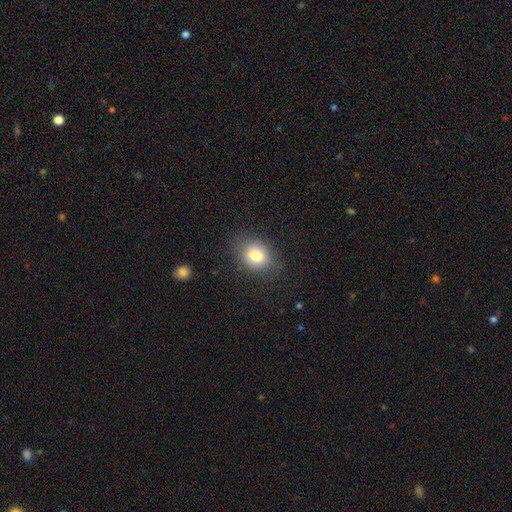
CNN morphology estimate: This is likely a smooth galaxy (78%). How rounded: possibly round (50%). Merging: likely none (79%).